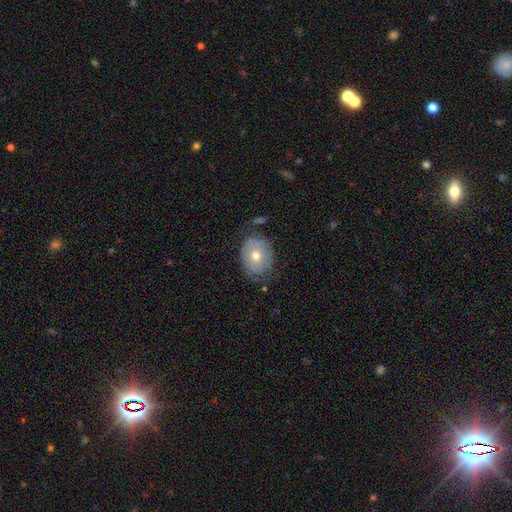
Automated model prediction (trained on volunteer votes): smooth-or-featured: smooth: 63% | featured or disk: 28% | star or artifact: 9%
  how-rounded: round: 55% | in between: 44% | cigar-shaped: 1%
  merging: none: 65% | minor disturbance: 24% | major disturbance: 9% | merger: 3%